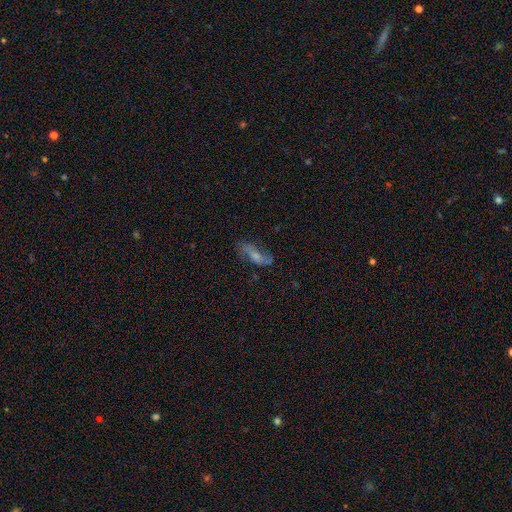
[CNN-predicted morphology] This is possibly a smooth galaxy (52%). How rounded: likely in between (67%). Merging: possibly none (57%).